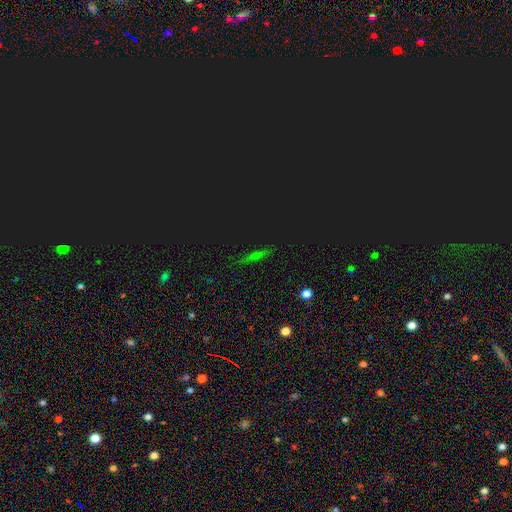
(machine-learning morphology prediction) type=star or artifact (49%).